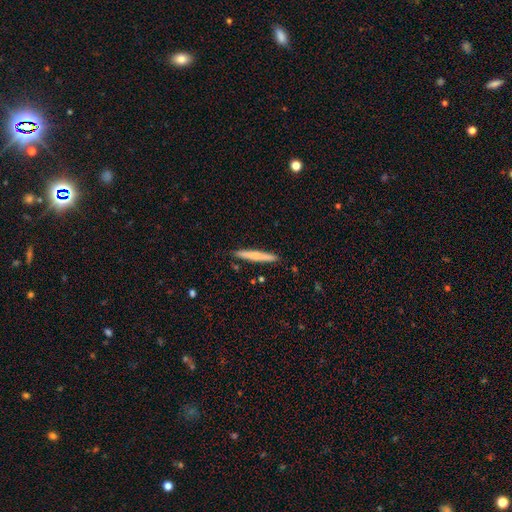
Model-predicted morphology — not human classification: Q: Smooth or featured?
A: smooth (65%); runner-up: featured or disk (29%)
Q: How rounded?
A: cigar-shaped (96%); runner-up: in between (3%)
Q: Merging?
A: none (89%); runner-up: minor disturbance (8%)